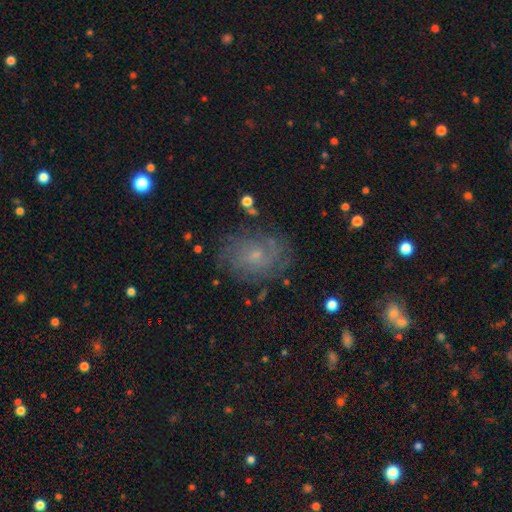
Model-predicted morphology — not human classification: Q: Smooth or featured?
A: featured or disk (61%); runner-up: smooth (24%)
Q: Edge-on disk?
A: no (97%); runner-up: yes (3%)
Q: Bar?
A: no (71%); runner-up: weak (25%)
Q: Spiral arms?
A: yes (86%); runner-up: no (14%)
Q: Spiral winding?
A: tight (58%); runner-up: medium (30%)
Q: Spiral arm count?
A: can't tell (52%); runner-up: 2 (19%)
Q: Bulge size?
A: small (70%); runner-up: moderate (23%)
Q: Merging?
A: none (77%); runner-up: minor disturbance (15%)